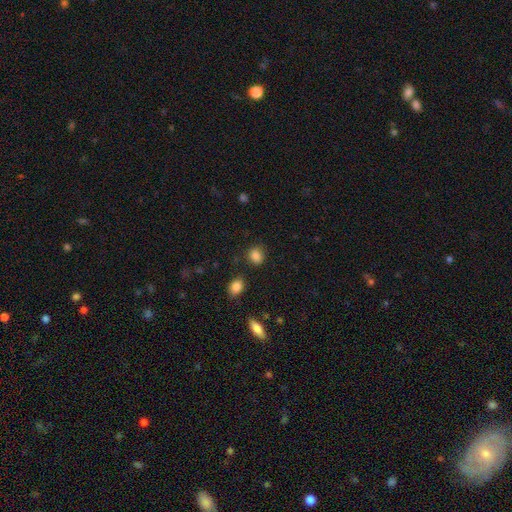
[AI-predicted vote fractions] Smooth or featured?
  - smooth: 86% *
  - star or artifact: 10%
  - featured or disk: 4%
How rounded?
  - round: 54% *
  - in between: 44%
  - cigar-shaped: 1%
Merging?
  - none: 81% *
  - minor disturbance: 12%
  - major disturbance: 4%
  - merger: 3%